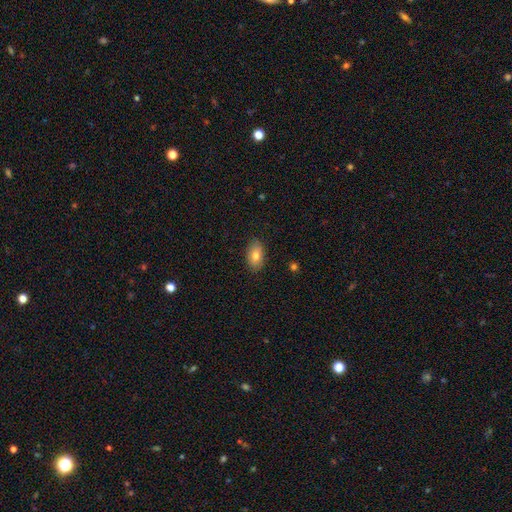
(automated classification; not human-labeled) This appears to be a smooth galaxy with no disk features (78%) that is in between round and cigar-shaped (90%). Merging: none (86%).